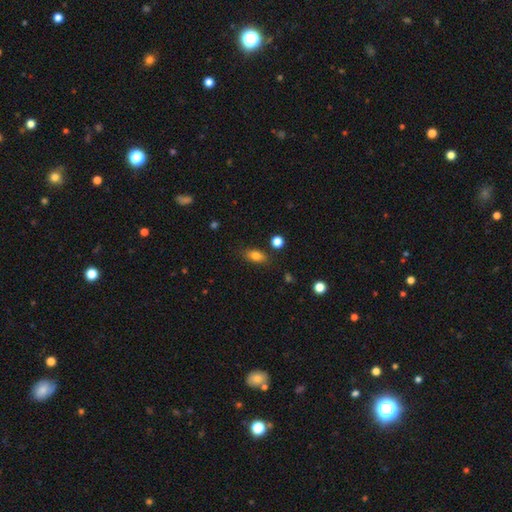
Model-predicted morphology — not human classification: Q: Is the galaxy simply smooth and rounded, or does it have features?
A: smooth — 81%.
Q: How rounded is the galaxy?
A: in between — 82%.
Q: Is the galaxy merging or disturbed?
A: none — 81%.